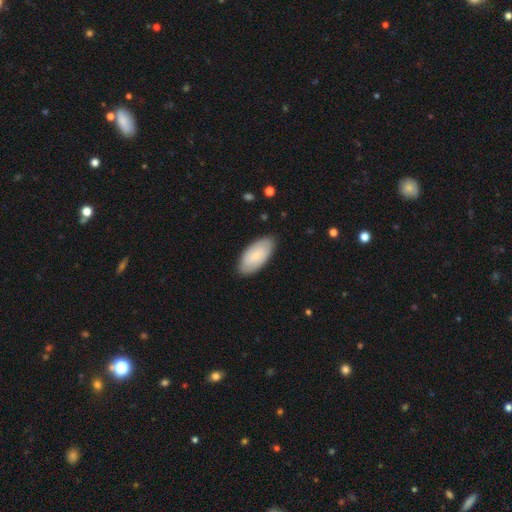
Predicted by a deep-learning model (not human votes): The model was most divided on "smooth or featured": smooth: 65%, featured or disk: 30%, star or artifact: 6%. More confident: how rounded — in between (93%); merging — none (85%).